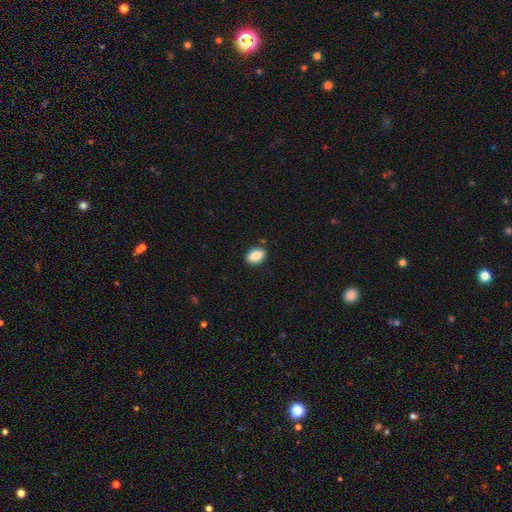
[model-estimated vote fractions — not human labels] Smooth or featured? Predicted: smooth (p=0.86). How rounded? Predicted: in between (p=0.80). Merging? Predicted: none (p=0.88).